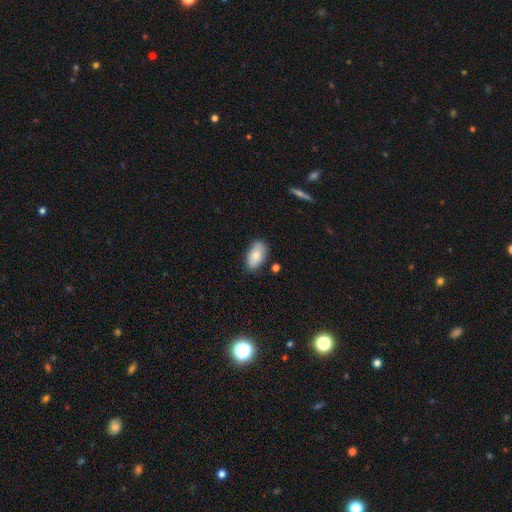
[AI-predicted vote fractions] Smooth or featured? smooth (85%)
How rounded? in between (94%)
Merging? none (78%)